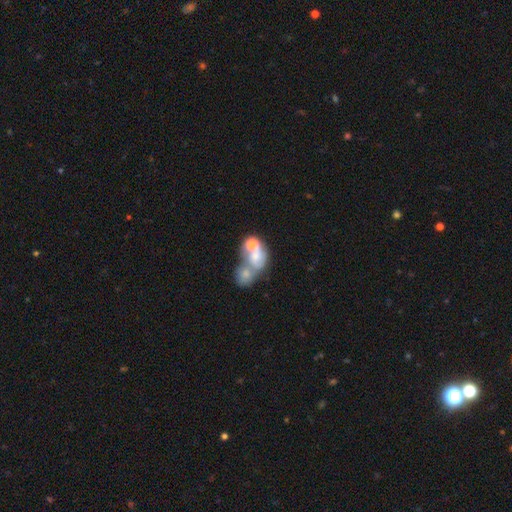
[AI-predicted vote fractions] Smooth or featured: smooth — 50% (featured or disk — 39%)
Merging: merger — 73% (none — 12%)